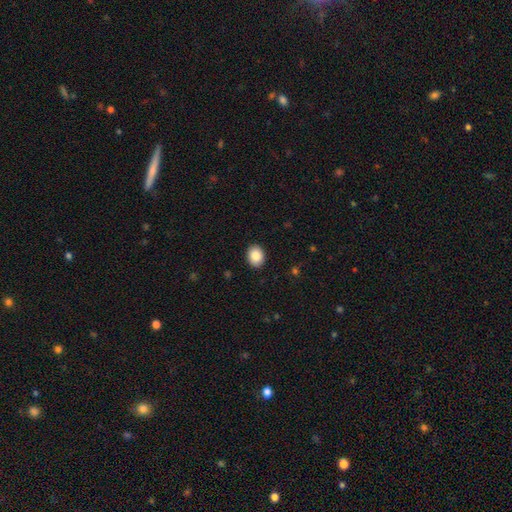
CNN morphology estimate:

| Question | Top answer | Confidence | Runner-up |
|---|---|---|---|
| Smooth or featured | smooth | 87% | star or artifact (8%) |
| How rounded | in between | 59% | round (40%) |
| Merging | none | 91% | minor disturbance (7%) |